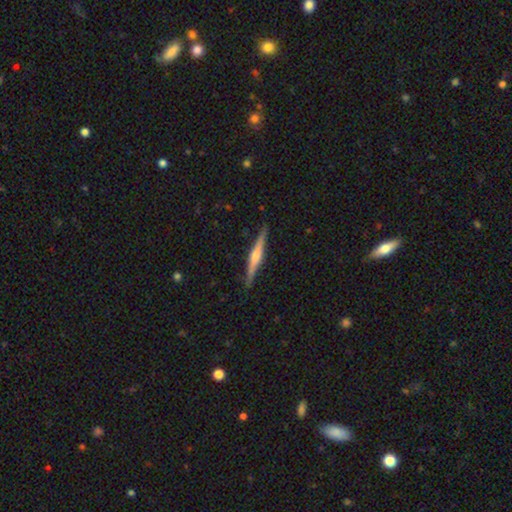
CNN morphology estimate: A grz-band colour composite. It shows a featured or disk galaxy (75%) viewed edge-on (98%) with a rounded central bulge (81%). Merging: none (91%).